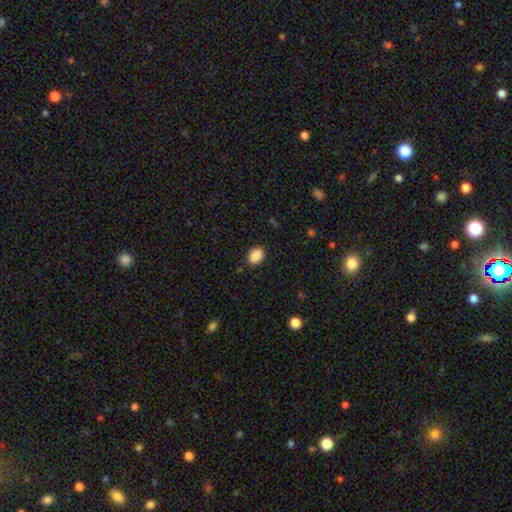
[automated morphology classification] smooth_or_featured: smooth (p=0.88) [alt: star or artifact p=0.08]
how_rounded: in between (p=0.76) [alt: round p=0.23]
merging: none (p=0.88) [alt: minor disturbance p=0.09]